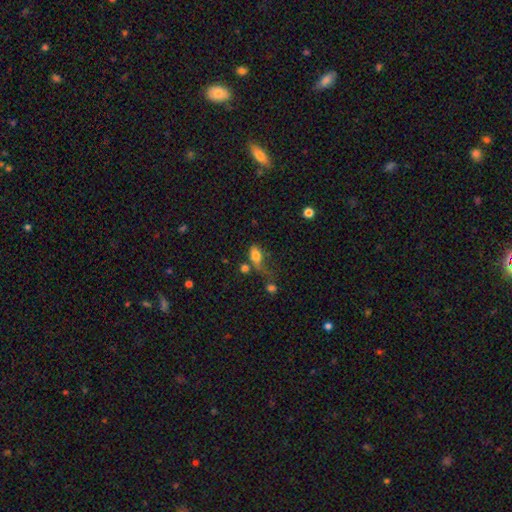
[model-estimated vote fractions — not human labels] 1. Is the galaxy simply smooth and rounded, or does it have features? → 78% smooth, 13% featured or disk, 9% star or artifact.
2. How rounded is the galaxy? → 83% in between, 11% round, 6% cigar-shaped.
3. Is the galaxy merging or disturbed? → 29% none (tied), 29% major disturbance (tied), 23% minor disturbance, 20% merger.